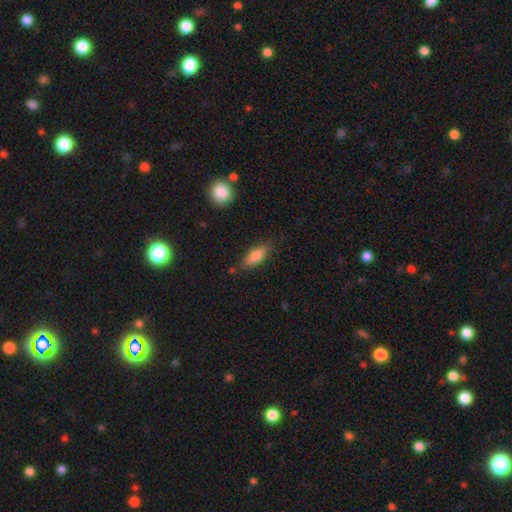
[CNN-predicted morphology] Overall: smooth (79%). How rounded: in between (72%). Merging: none (75%).